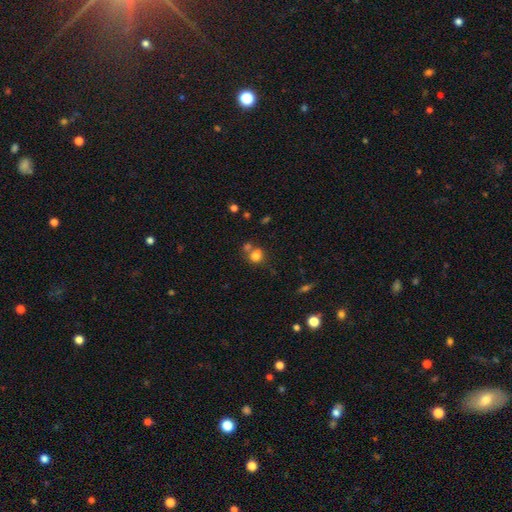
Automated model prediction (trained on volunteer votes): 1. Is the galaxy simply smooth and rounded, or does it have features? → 77% smooth, 13% star or artifact, 10% featured or disk.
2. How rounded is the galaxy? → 74% round, 25% in between, 1% cigar-shaped.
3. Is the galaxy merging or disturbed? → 47% none, 36% merger, 12% minor disturbance, 5% major disturbance.